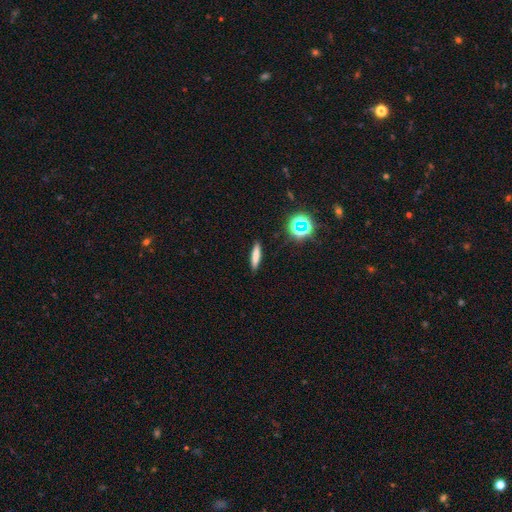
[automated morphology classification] Smooth or featured: smooth — 75% (featured or disk — 13%)
How rounded: cigar-shaped — 84% (in between — 13%)
Merging: none — 89% (minor disturbance — 7%)